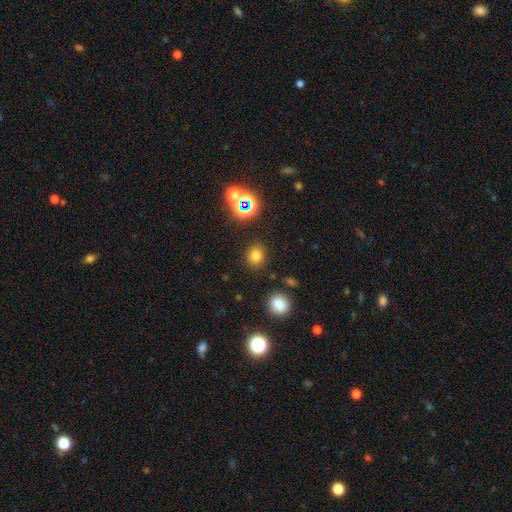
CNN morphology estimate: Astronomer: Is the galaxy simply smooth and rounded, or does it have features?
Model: smooth — 74%.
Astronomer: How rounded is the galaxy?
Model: round — 72%.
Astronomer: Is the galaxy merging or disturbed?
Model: none — 86%.